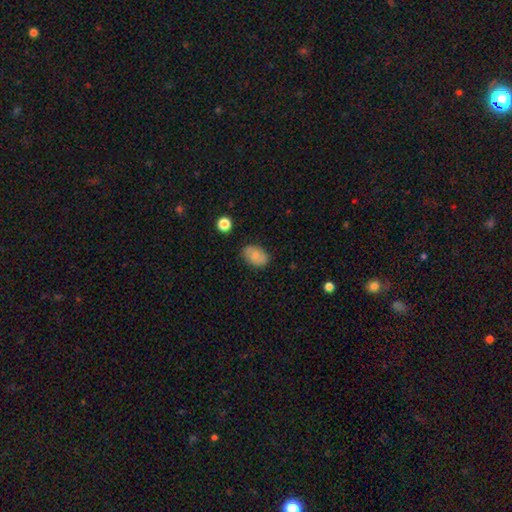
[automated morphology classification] Smooth or featured? smooth (77%)
How rounded? in between (85%)
Merging? none (80%)